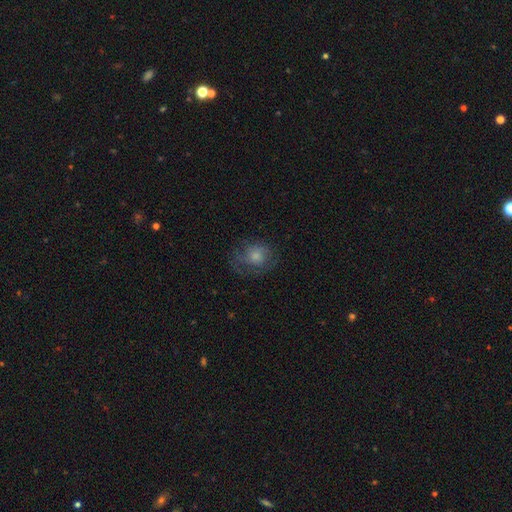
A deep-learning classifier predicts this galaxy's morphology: Smooth or featured? Predicted: smooth (p=0.61). How rounded? Predicted: round (p=0.67). Merging? Predicted: none (p=0.56).